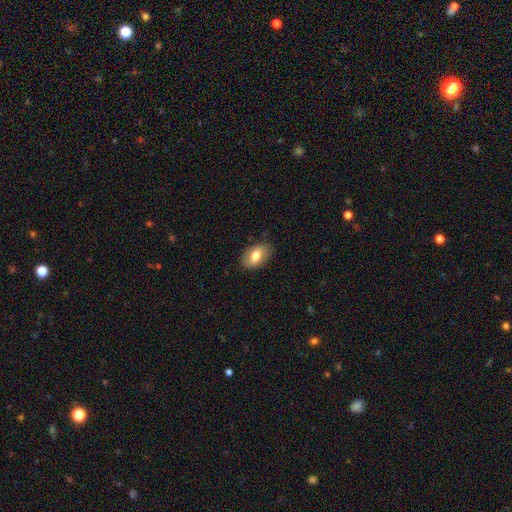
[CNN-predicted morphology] Q: Smooth or featured?
A: smooth (73%); runner-up: featured or disk (21%)
Q: How rounded?
A: in between (92%); runner-up: round (6%)
Q: Merging?
A: none (85%); runner-up: minor disturbance (12%)